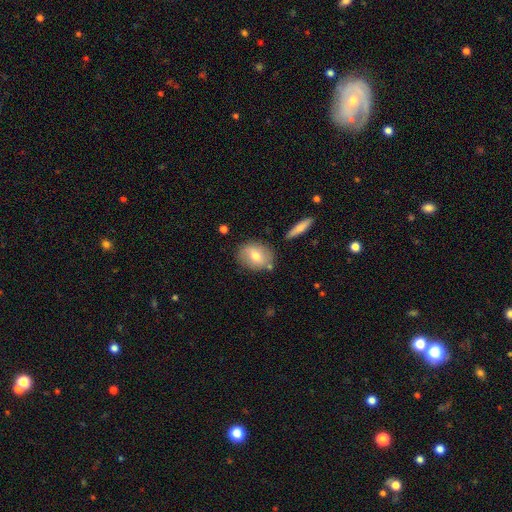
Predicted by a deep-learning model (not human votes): Smooth or featured?
  - smooth: 68% *
  - featured or disk: 24%
  - star or artifact: 7%
How rounded?
  - in between: 59% *
  - round: 39%
  - cigar-shaped: 2%
Merging?
  - none: 78% *
  - minor disturbance: 14%
  - merger: 5%
  - major disturbance: 3%